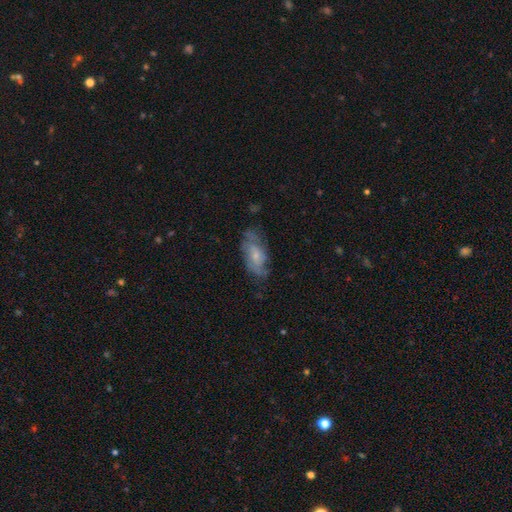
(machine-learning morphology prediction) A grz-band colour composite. It shows a featured or disk galaxy (51%). Merging: none (60%).